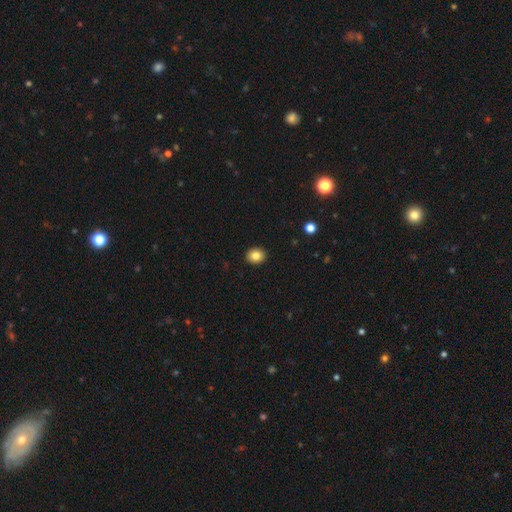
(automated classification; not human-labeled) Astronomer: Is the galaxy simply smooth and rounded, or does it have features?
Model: smooth — 83%.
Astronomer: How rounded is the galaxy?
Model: round — 66%.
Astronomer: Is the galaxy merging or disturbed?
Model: none — 92%.